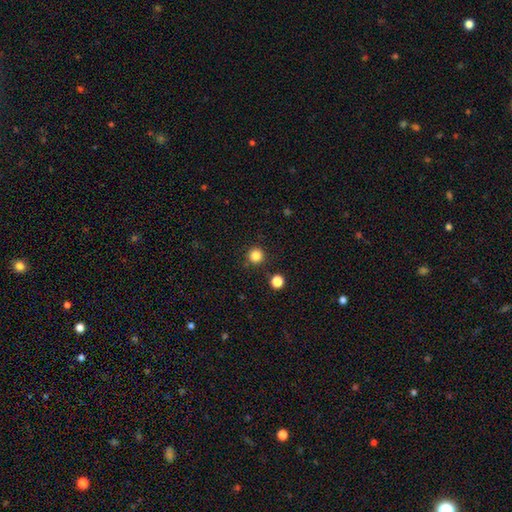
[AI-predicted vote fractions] Morphology: type=smooth (84%); roundness=round (96%); merging=none (90%).